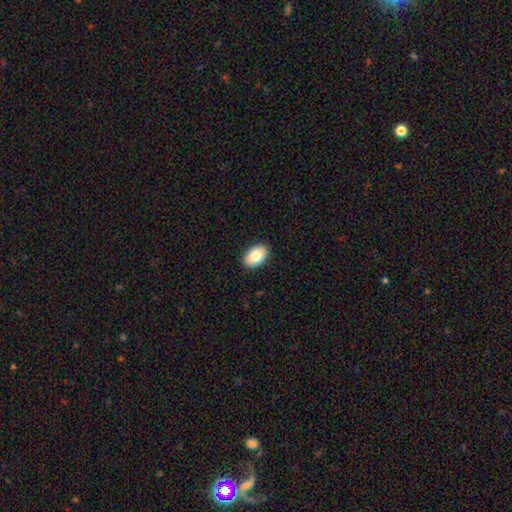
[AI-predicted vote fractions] Q: Smooth or featured?
A: smooth (84%); runner-up: featured or disk (10%)
Q: How rounded?
A: in between (91%); runner-up: round (8%)
Q: Merging?
A: none (90%); runner-up: minor disturbance (7%)